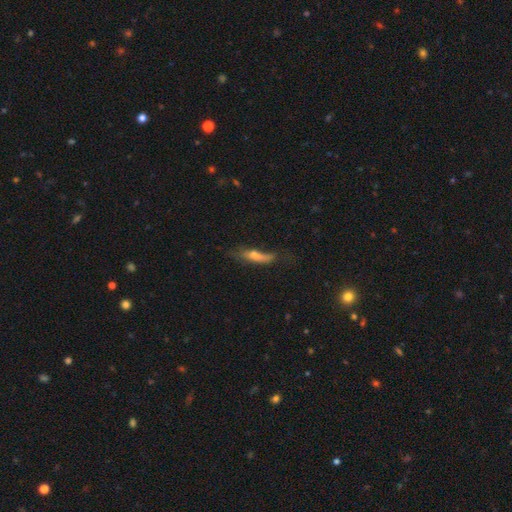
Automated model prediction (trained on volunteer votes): This appears to be a smooth galaxy with no disk features (64%) that is cigar-shaped (64%). Merging: none (34%).